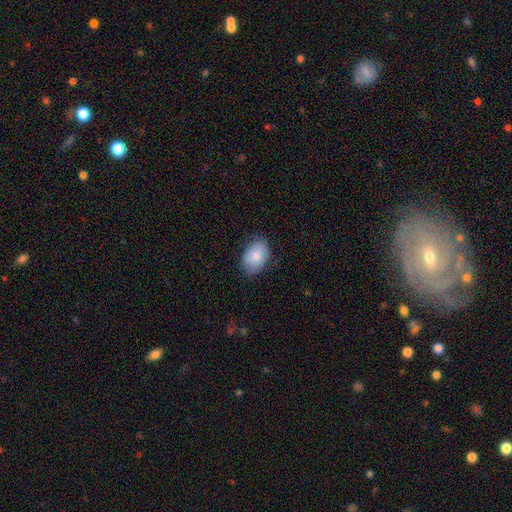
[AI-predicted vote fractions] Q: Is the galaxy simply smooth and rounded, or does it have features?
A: smooth — 83%.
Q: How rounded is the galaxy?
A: in between — 86%.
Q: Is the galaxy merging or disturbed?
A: none — 75%.